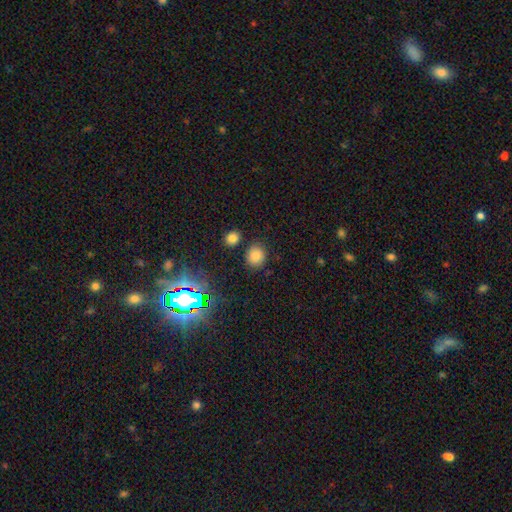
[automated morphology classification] The model was most divided on "how rounded": round: 79%, in between: 20%, cigar-shaped: 1%. More confident: merging — none (82%); smooth or featured — smooth (77%).